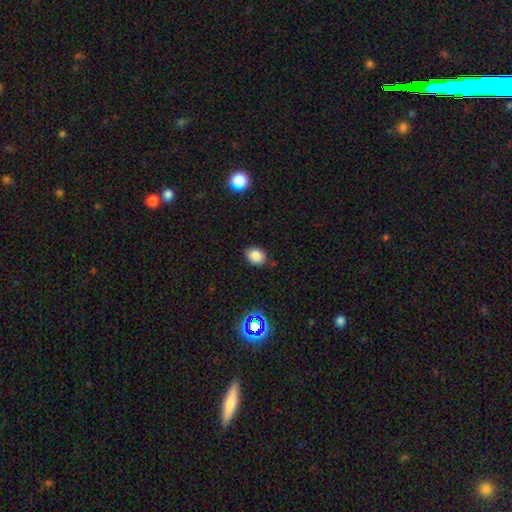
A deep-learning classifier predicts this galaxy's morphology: A smooth galaxy with no disk features (84%) that is in between round and cigar-shaped (63%).

Vote fractions:
- Smooth or featured? smooth: 84% / star or artifact: 11% / featured or disk: 5%
- How rounded? in between: 63% / round: 36% / cigar-shaped: 1%
- Merging? none: 84% / minor disturbance: 12% / major disturbance: 2% / merger: 1%